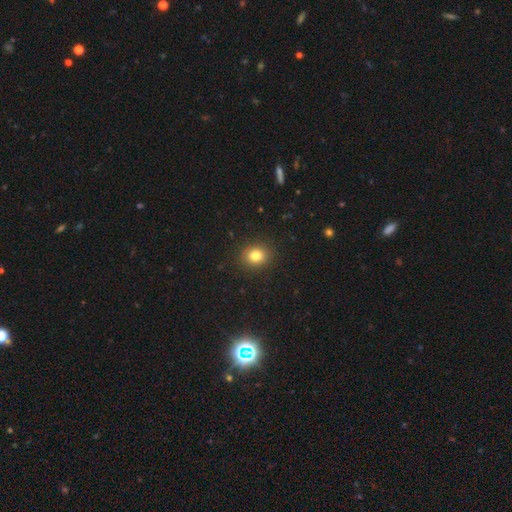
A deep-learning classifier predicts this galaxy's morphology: type=smooth (81%); roundness=round (72%); merging=none (90%).